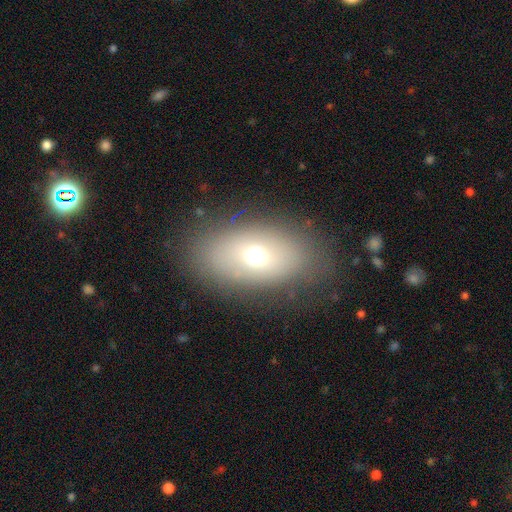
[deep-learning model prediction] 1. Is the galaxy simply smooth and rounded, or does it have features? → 63% smooth, 26% featured or disk, 11% star or artifact.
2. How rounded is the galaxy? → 88% in between, 9% round, 3% cigar-shaped.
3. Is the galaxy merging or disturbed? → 82% none, 12% minor disturbance, 5% major disturbance, 1% merger.